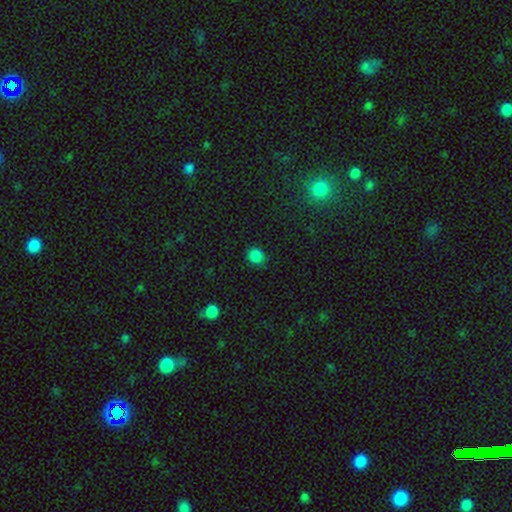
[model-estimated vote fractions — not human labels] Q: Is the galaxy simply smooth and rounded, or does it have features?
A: smooth — 83%.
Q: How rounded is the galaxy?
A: round — 80%.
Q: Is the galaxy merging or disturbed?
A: none — 85%.